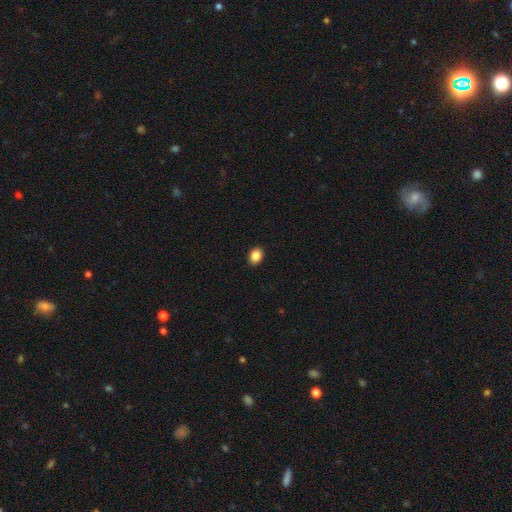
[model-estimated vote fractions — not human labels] A smooth galaxy with no disk features (86%) that is in between round and cigar-shaped (66%). Merging: none (91%).